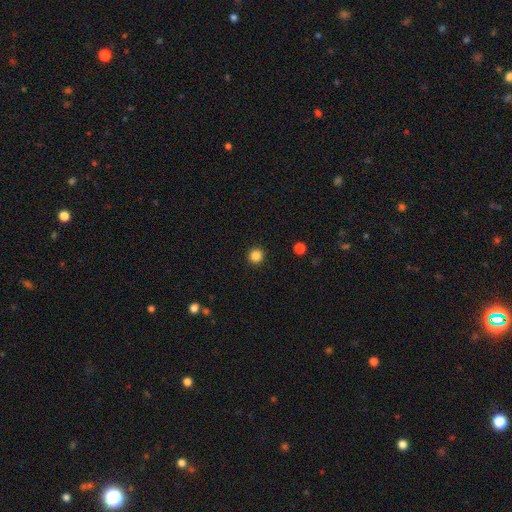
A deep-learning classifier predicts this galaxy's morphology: smooth 85%, star or artifact 11%, featured or disk 3%. Down the decision tree: how rounded — round (95%); merging — none (93%).